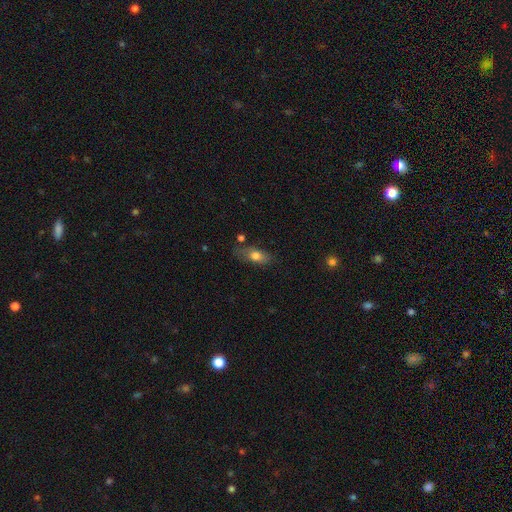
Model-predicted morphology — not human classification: smooth-or-featured: smooth: 71% | featured or disk: 21% | star or artifact: 8%
  how-rounded: in between: 78% | cigar-shaped: 16% | round: 6%
  merging: none: 67% | minor disturbance: 22% | major disturbance: 7% | merger: 5%